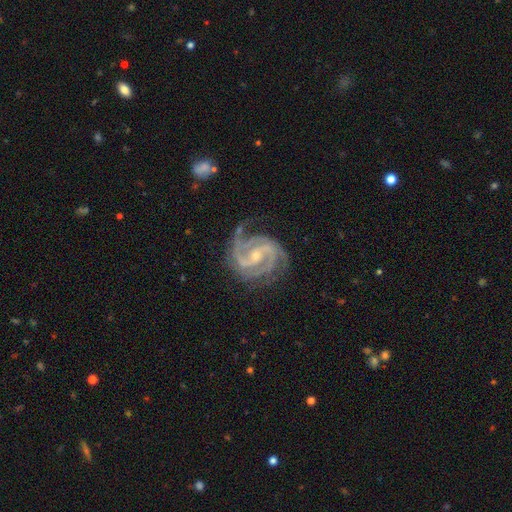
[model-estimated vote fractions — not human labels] smooth-or-featured: featured or disk: 93% | star or artifact: 5% | smooth: 3%
  disk-edge-on: no: 98% | yes: 2%
    bar: weak: 44% | strong: 31% | no: 25%
    has-spiral-arms: yes: 99% | no: 1%
      spiral-winding: tight: 52% | medium: 42% | loose: 6%
      spiral-arm-count: 2: 47% | 3: 32% | 4: 7% | can't tell: 6% | more than 4: 4% | 1: 4%
    bulge-size: small: 61% | moderate: 35% | none: 2% | large: 1% | dominant: 1%
  merging: none: 70% | minor disturbance: 20% | major disturbance: 8% | merger: 2%